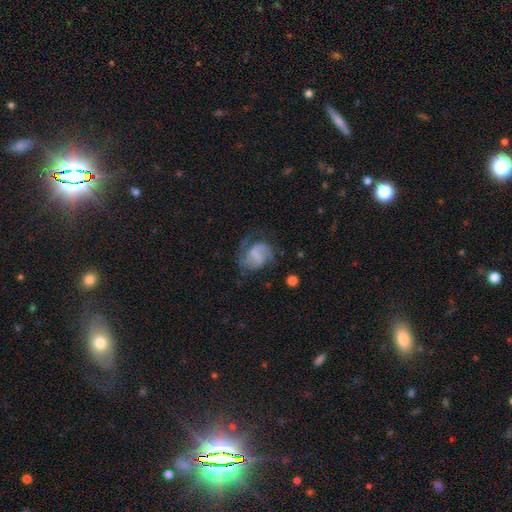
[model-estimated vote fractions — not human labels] A featured or disk galaxy (70%) with a weak bar (47%), 2 (60%) medium (48%) spiral arms (90%) and no central bulge (52%).

Vote fractions:
- Smooth or featured? featured or disk: 70% / smooth: 22% / star or artifact: 8%
- Edge-on disk? no: 98% / yes: 2%
- Bar? weak: 47% / no: 34% / strong: 19%
- Spiral arms? yes: 90% / no: 10%
- Spiral winding? medium: 48% / tight: 28% / loose: 24%
- Spiral arm count? 2: 60% / can't tell: 14% / 1: 13% / 3: 8% / 4: 2% / more than 4: 2%
- Bulge size? none: 52% / small: 25% / moderate: 14% / large: 7% / dominant: 2%
- Merging? none: 52% / major disturbance: 25% / minor disturbance: 21% / merger: 2%